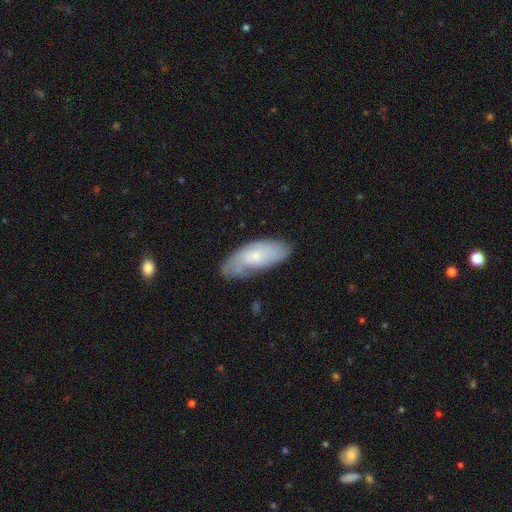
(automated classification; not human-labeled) A smooth galaxy with no disk features (50%) that is in between round and cigar-shaped (78%).

Vote fractions:
- Smooth or featured? smooth: 50% / featured or disk: 43% / star or artifact: 7%
- How rounded? in between: 78% / cigar-shaped: 20% / round: 2%
- Merging? none: 63% / minor disturbance: 28% / major disturbance: 7% / merger: 2%